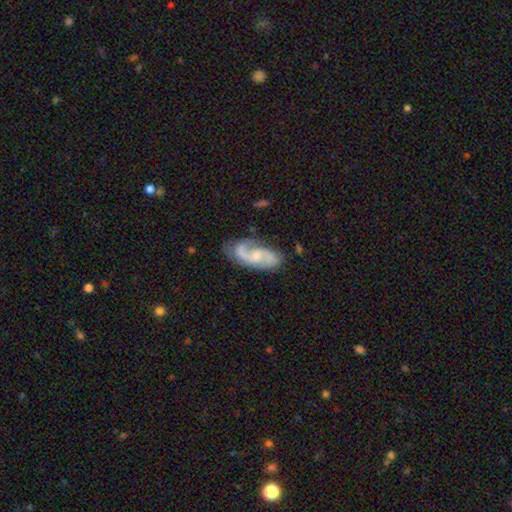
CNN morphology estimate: Smooth or featured? Predicted: featured or disk (p=0.83). Edge-on disk? Predicted: no (p=0.96). Bar? Predicted: no (p=0.47). Spiral arms? Predicted: yes (p=0.96). Spiral winding? Predicted: medium (p=0.50). Spiral arm count? Predicted: 2 (p=0.88). Bulge size? Predicted: small (p=0.45). Merging? Predicted: none (p=0.69).